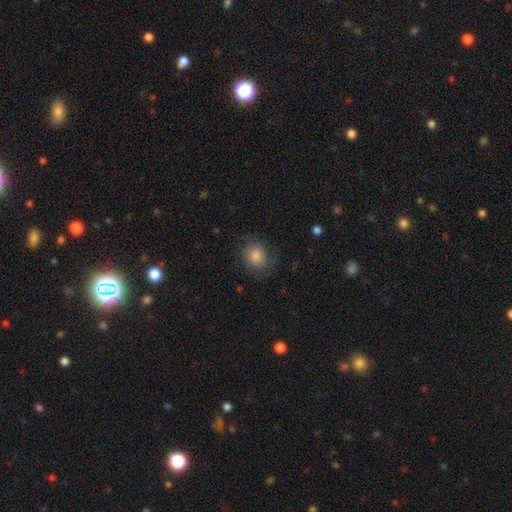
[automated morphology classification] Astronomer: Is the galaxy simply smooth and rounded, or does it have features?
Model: smooth — 81%.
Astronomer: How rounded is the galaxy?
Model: round — 68%.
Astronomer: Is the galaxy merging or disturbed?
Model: none — 77%.